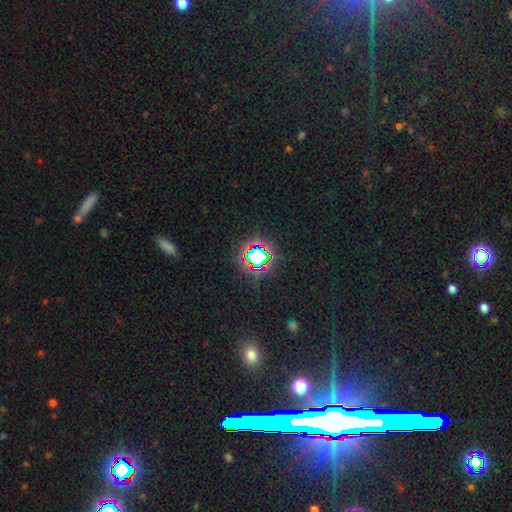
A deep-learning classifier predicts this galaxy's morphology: Smooth or featured? star or artifact (73%)